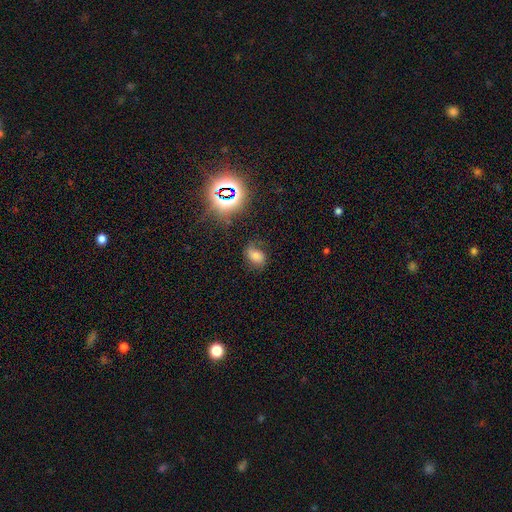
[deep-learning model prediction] smooth 57%, star or artifact 23%, featured or disk 20%. Down the decision tree: how rounded — in between (76%); merging — none (63%).